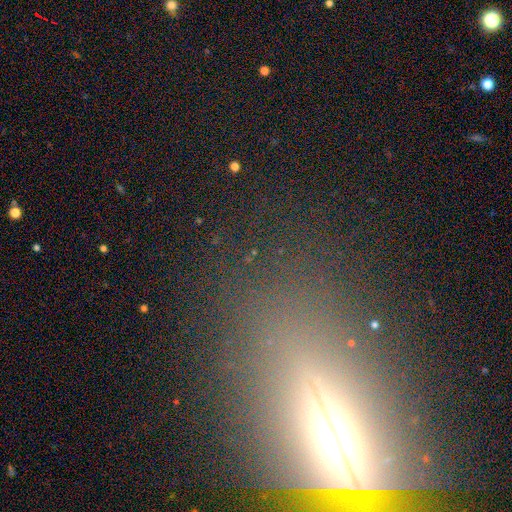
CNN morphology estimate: smooth-or-featured: star or artifact: 57% | featured or disk: 23% | smooth: 21%